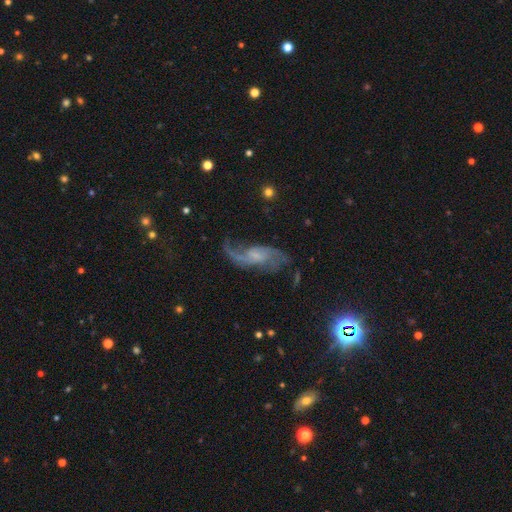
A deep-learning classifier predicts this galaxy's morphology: A featured or disk galaxy (80%) with no bar (53%), 2 (79%) loose (68%) spiral arms (93%) and a small central bulge (50%).

Vote fractions:
- Smooth or featured? featured or disk: 80% / smooth: 11% / star or artifact: 9%
- Edge-on disk? no: 94% / yes: 6%
- Bar? no: 53% / weak: 38% / strong: 9%
- Spiral arms? yes: 93% / no: 7%
- Spiral winding? loose: 68% / medium: 25% / tight: 7%
- Spiral arm count? 2: 79% / 1: 9% / can't tell: 6% / 3: 3% / 4: 2% / more than 4: 2%
- Bulge size? small: 50% / none: 23% / moderate: 21% / large: 4% / dominant: 1%
- Merging? none: 56% / major disturbance: 21% / minor disturbance: 20% / merger: 4%